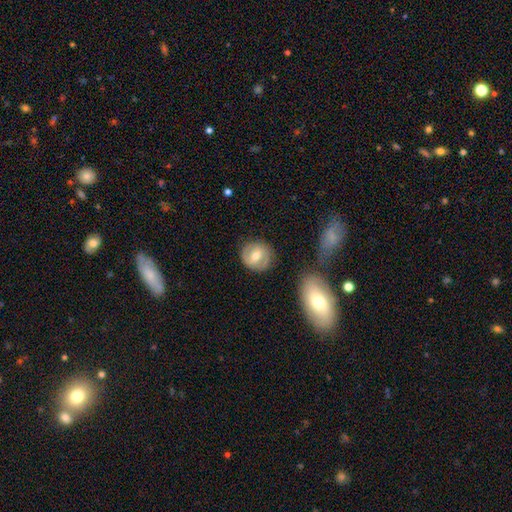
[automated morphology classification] smooth_or_featured: smooth (p=0.48) [alt: featured or disk p=0.45]
merging: none (p=0.83) [alt: minor disturbance p=0.11]